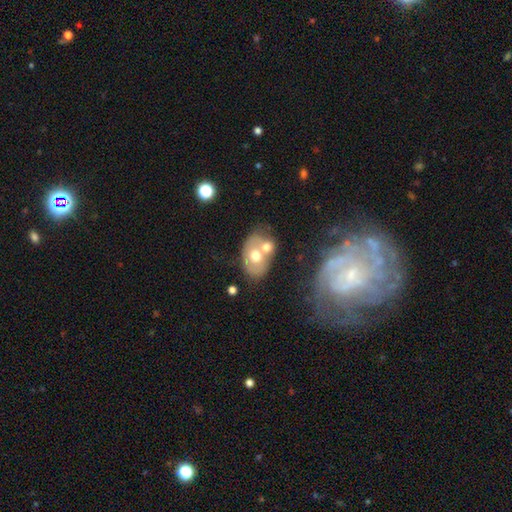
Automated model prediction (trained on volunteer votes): Q: Smooth or featured?
A: smooth (52%); runner-up: featured or disk (40%)
Q: How rounded?
A: in between (75%); runner-up: round (23%)
Q: Merging?
A: merger (51%); runner-up: none (31%)